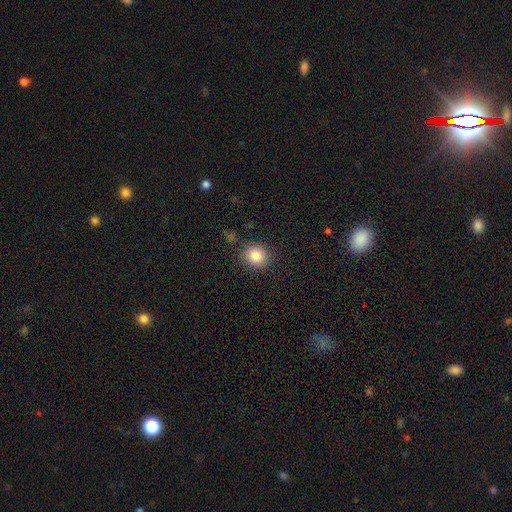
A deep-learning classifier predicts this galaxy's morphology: A smooth galaxy with no disk features (86%) that is round (83%).

Vote fractions:
- Smooth or featured? smooth: 86% / star or artifact: 9% / featured or disk: 5%
- How rounded? round: 83% / in between: 17% / cigar-shaped: 1%
- Merging? none: 85% / minor disturbance: 10% / major disturbance: 3% / merger: 2%